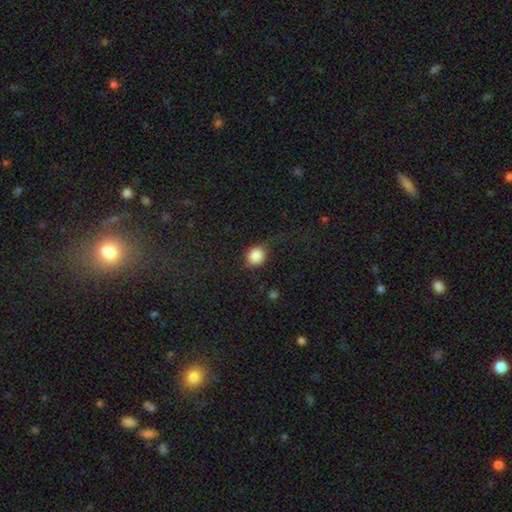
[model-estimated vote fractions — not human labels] Smooth or featured? smooth (83%)
How rounded? round (76%)
Merging? none (67%)